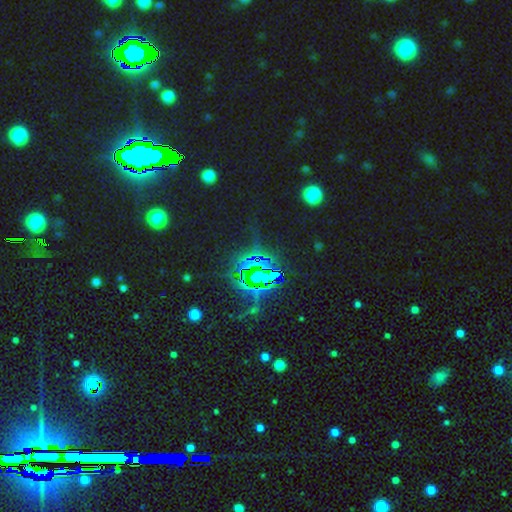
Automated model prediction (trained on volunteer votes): Q: Smooth or featured?
A: star or artifact (80%); runner-up: smooth (10%)